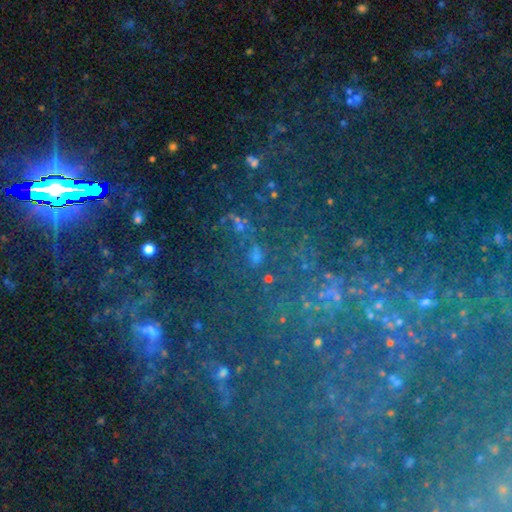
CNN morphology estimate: This is likely a star or artifact rather than a galaxy (74%).